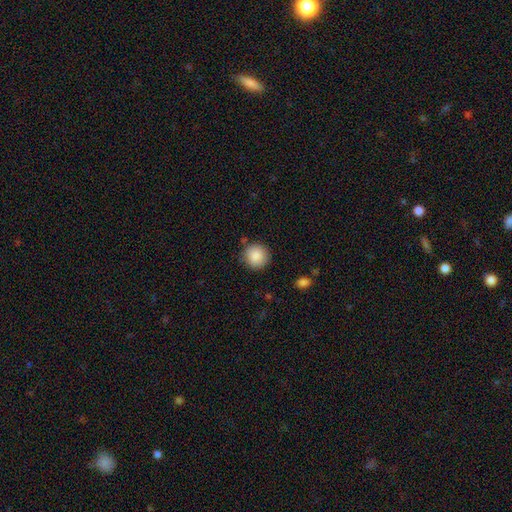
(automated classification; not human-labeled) smooth-or-featured: smooth: 88% | star or artifact: 8% | featured or disk: 4%
  how-rounded: round: 94% | in between: 5% | cigar-shaped: 1%
  merging: none: 86% | minor disturbance: 9% | major disturbance: 3% | merger: 2%